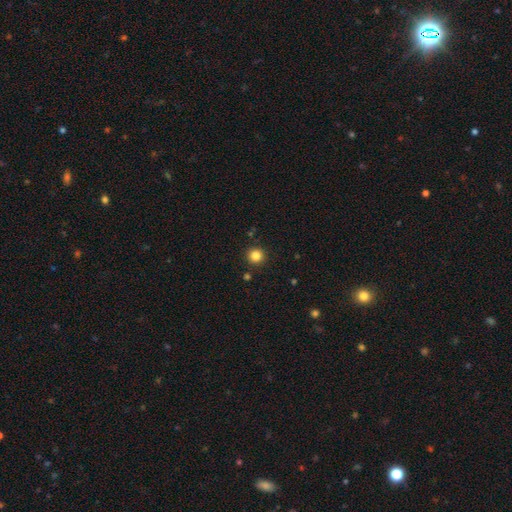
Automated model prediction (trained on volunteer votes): smooth-or-featured: smooth: 83% | star or artifact: 12% | featured or disk: 4%
  how-rounded: round: 95% | in between: 4% | cigar-shaped: 1%
  merging: none: 91% | minor disturbance: 5% | merger: 2% | major disturbance: 2%